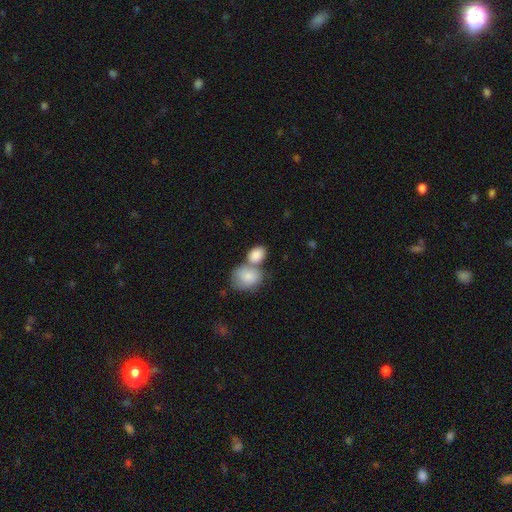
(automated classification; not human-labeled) smooth 85%, featured or disk 9%, star or artifact 6%. Down the decision tree: how rounded — in between (71%); merging — merger (57%).